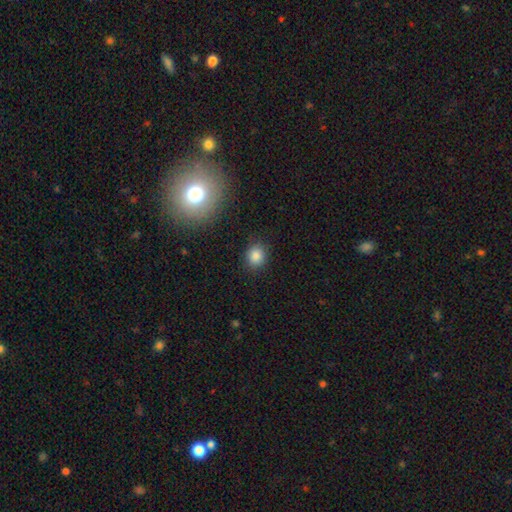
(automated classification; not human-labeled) Smooth or featured? Predicted: smooth (p=0.84). How rounded? Predicted: round (p=0.72). Merging? Predicted: none (p=0.88).